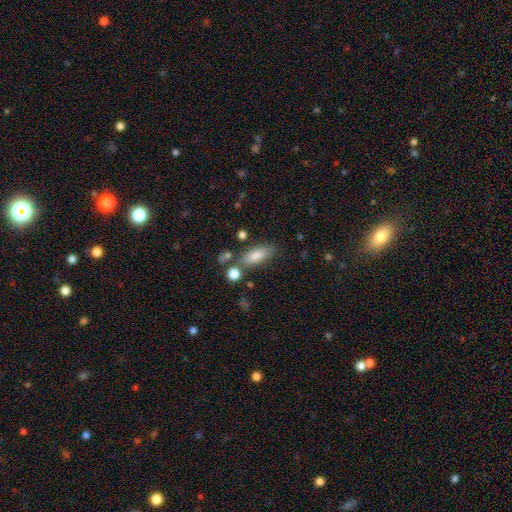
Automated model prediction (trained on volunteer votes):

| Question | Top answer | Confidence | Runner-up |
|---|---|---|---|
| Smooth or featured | smooth | 82% | featured or disk (11%) |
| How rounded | in between | 76% | cigar-shaped (21%) |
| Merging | none | 69% | minor disturbance (16%) |